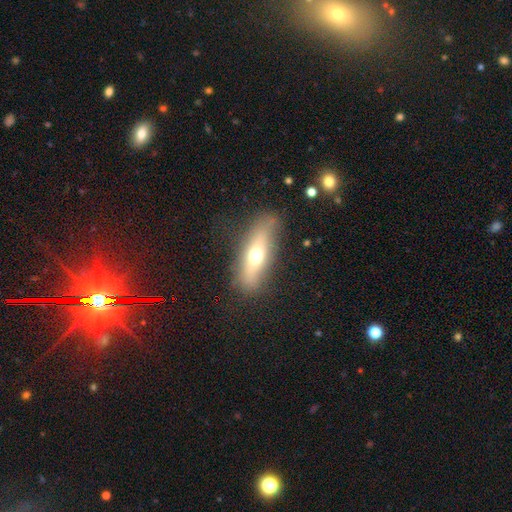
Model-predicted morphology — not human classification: smooth 52%, featured or disk 41%, star or artifact 7%. Down the decision tree: how rounded — cigar-shaped (55%); merging — none (77%).